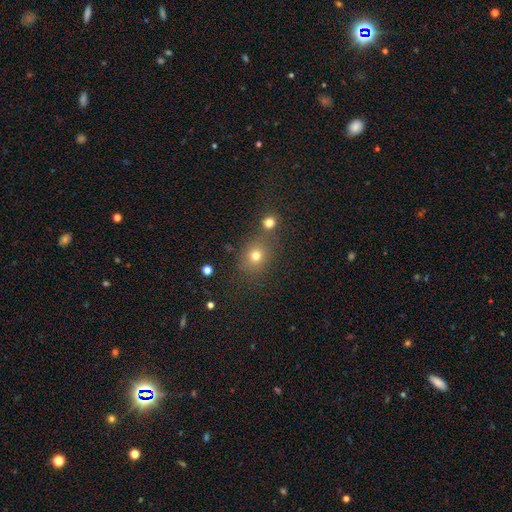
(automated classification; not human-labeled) Smooth or featured?
  - smooth: 73% *
  - star or artifact: 18%
  - featured or disk: 9%
How rounded?
  - round: 73% *
  - in between: 26%
  - cigar-shaped: 1%
Merging?
  - none: 67% *
  - merger: 18%
  - minor disturbance: 10%
  - major disturbance: 5%